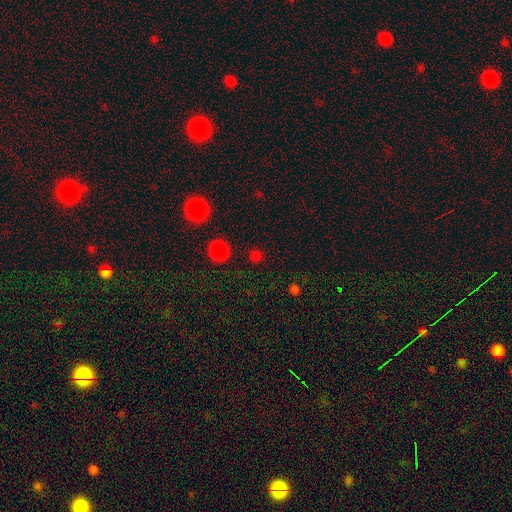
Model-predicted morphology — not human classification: This is likely a smooth galaxy (70%). How rounded: clearly round (91%). Merging: clearly none (88%).